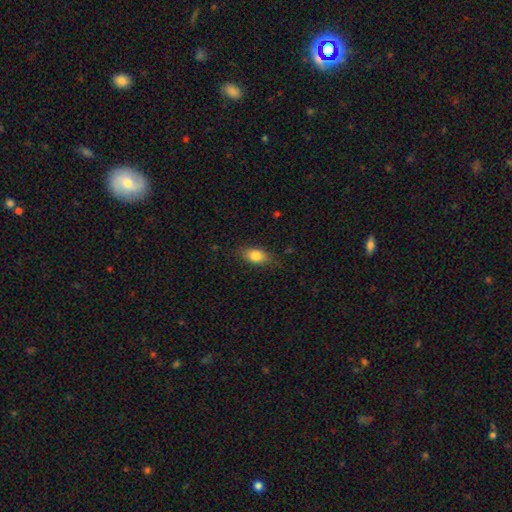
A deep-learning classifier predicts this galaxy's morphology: Smooth or featured: smooth — 82% (featured or disk — 10%)
How rounded: in between — 85% (round — 9%)
Merging: none — 78% (minor disturbance — 16%)